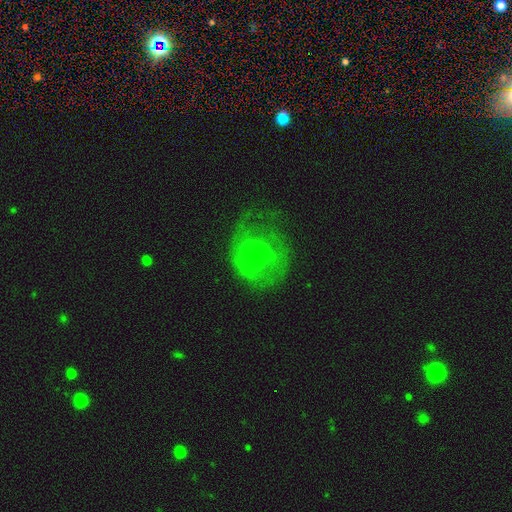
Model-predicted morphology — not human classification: Smooth or featured?
  - featured or disk: 58% *
  - smooth: 31%
  - star or artifact: 12%
Edge-on disk?
  - no: 98% *
  - yes: 2%
Bar?
  - no: 70% *
  - weak: 26%
  - strong: 4%
Spiral arms?
  - yes: 67% *
  - no: 33%
Bulge size?
  - small: 47% *
  - none: 33%
  - moderate: 16%
  - large: 3%
  - dominant: 1%
Merging?
  - none: 50% *
  - major disturbance: 28%
  - minor disturbance: 20%
  - merger: 2%